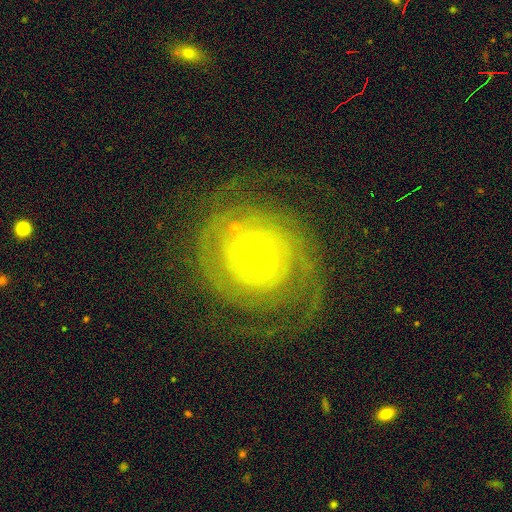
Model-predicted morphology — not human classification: Q: Smooth or featured?
A: featured or disk (83%); runner-up: smooth (11%)
Q: Edge-on disk?
A: no (97%); runner-up: yes (3%)
Q: Bar?
A: no (81%); runner-up: weak (14%)
Q: Spiral arms?
A: yes (91%); runner-up: no (9%)
Q: Spiral winding?
A: tight (79%); runner-up: medium (15%)
Q: Spiral arm count?
A: can't tell (33%); runner-up: 2 (31%)
Q: Bulge size?
A: small (70%); runner-up: moderate (26%)
Q: Merging?
A: none (69%); runner-up: minor disturbance (15%)